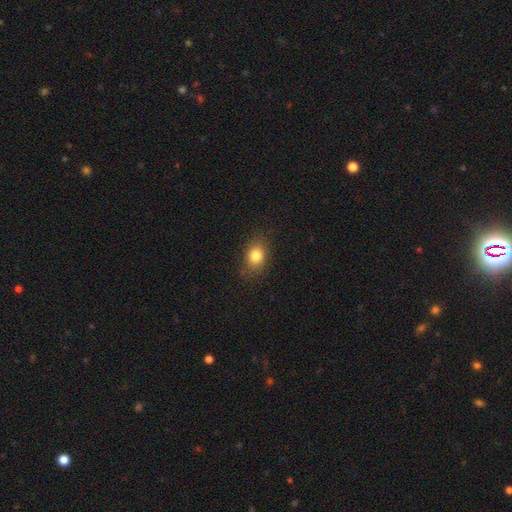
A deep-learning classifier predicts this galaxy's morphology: This is clearly a smooth galaxy (81%). How rounded: possibly in between (58%). Merging: clearly none (81%).